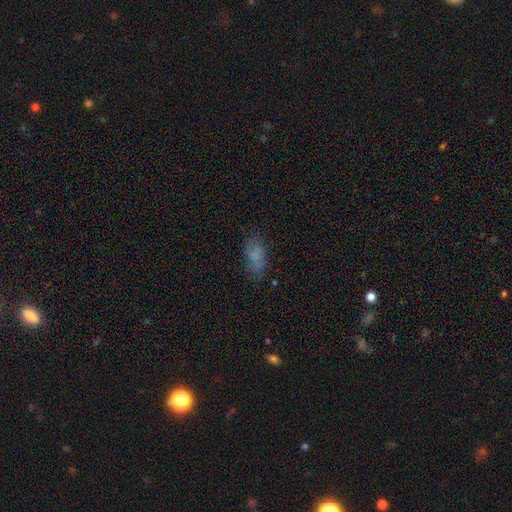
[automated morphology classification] Overall: smooth (76%). How rounded: in between (85%). Merging: none (69%).